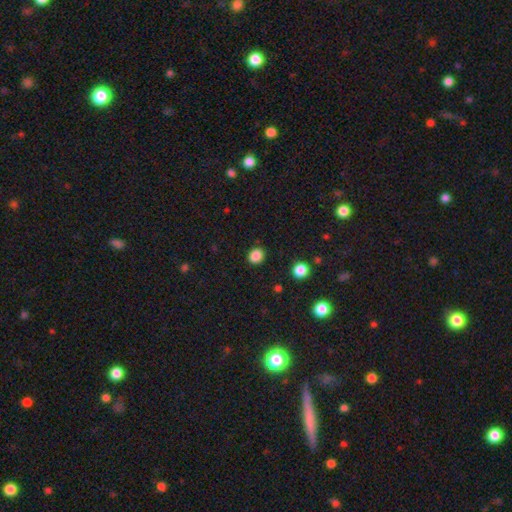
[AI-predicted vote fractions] Smooth or featured? smooth (86%)
How rounded? round (71%)
Merging? none (90%)